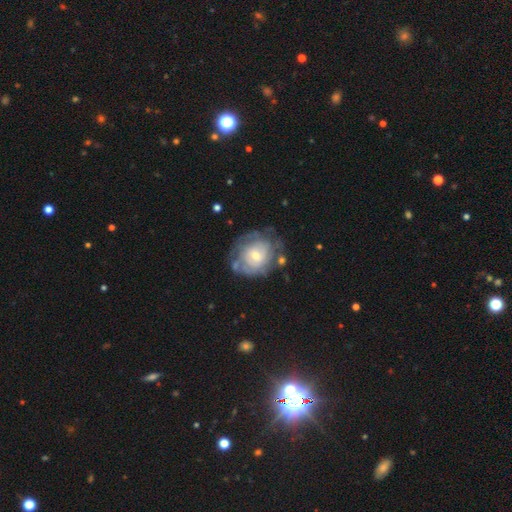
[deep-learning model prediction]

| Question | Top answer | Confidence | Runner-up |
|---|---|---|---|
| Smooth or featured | featured or disk | 68% | smooth (26%) |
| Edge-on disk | no | 97% | yes (3%) |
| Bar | no | 74% | weak (22%) |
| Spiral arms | yes | 70% | no (30%) |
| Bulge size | small | 49% | moderate (45%) |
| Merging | none | 60% | minor disturbance (22%) |